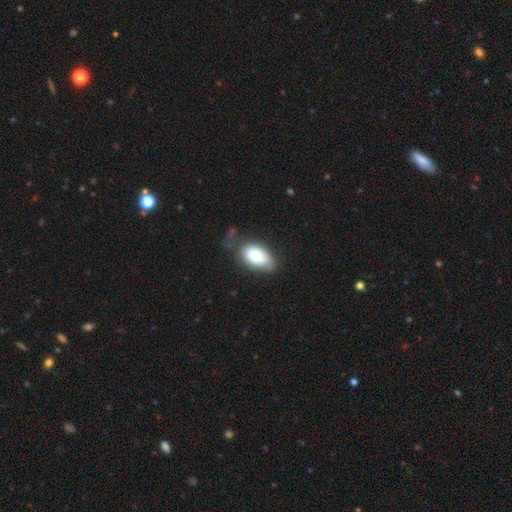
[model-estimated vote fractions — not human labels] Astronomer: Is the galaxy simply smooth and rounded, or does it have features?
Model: smooth — 76%.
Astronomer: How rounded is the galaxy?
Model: in between — 93%.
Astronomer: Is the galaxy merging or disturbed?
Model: none — 55%.